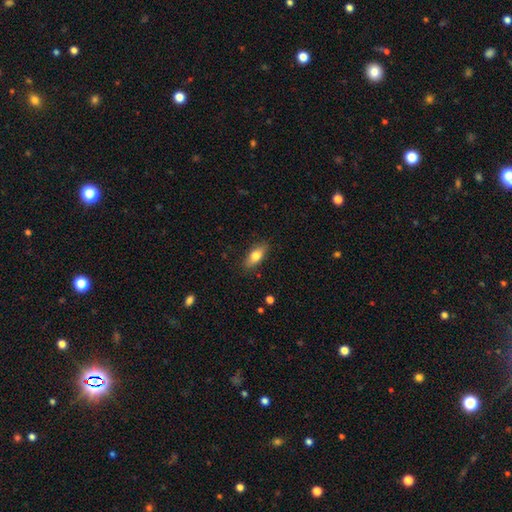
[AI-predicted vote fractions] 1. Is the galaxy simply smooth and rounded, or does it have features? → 76% smooth, 17% featured or disk, 7% star or artifact.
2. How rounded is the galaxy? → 79% in between, 17% cigar-shaped, 4% round.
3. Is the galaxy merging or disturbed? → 85% none, 11% minor disturbance, 2% major disturbance, 1% merger.